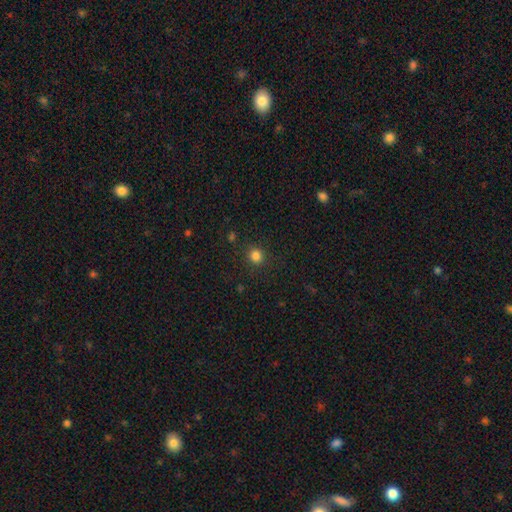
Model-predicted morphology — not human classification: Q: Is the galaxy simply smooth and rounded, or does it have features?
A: smooth — 83%.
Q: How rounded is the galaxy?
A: round — 88%.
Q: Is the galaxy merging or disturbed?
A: none — 89%.